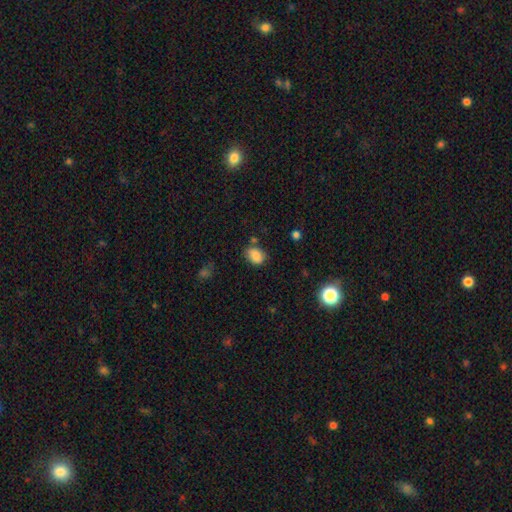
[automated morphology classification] type=smooth (83%); roundness=in between (72%); merging=none (68%).